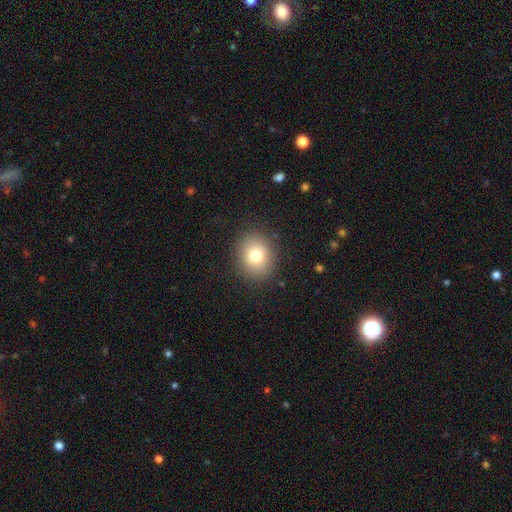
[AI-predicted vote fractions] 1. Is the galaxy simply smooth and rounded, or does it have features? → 78% smooth, 11% star or artifact, 11% featured or disk.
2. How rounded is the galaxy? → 70% round, 29% in between, 1% cigar-shaped.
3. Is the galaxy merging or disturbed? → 88% none, 8% minor disturbance, 3% major disturbance, 1% merger.